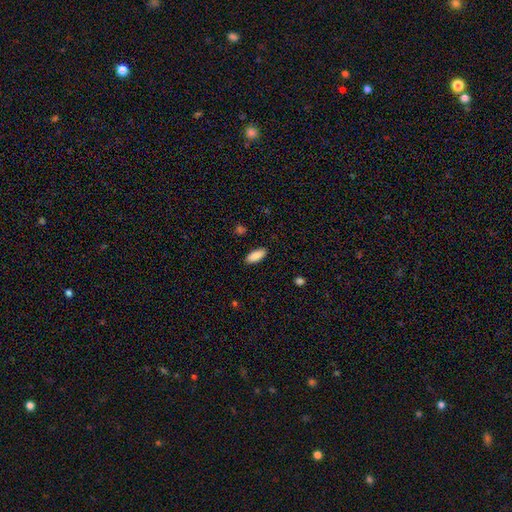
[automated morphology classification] This is clearly a smooth galaxy (88%). How rounded: likely in between (79%). Merging: clearly none (88%).